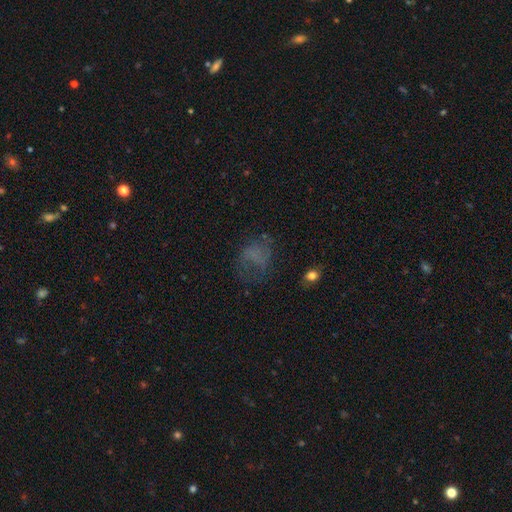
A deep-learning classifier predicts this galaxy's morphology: A smooth galaxy with no disk features (41%). Merging: none (48%).